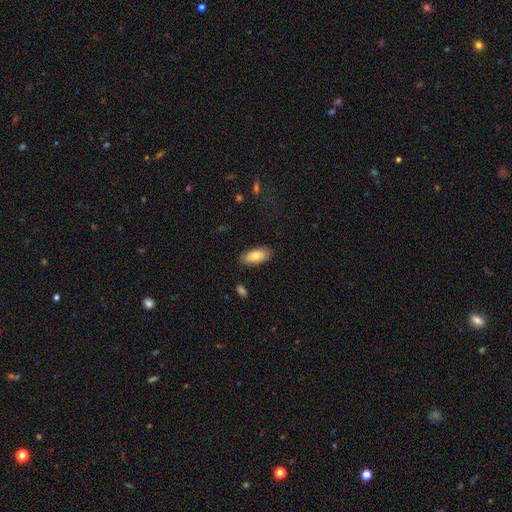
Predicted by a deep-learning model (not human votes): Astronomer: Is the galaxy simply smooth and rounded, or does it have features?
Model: smooth — 77%.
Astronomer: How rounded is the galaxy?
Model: in between — 90%.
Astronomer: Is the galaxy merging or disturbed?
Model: none — 86%.